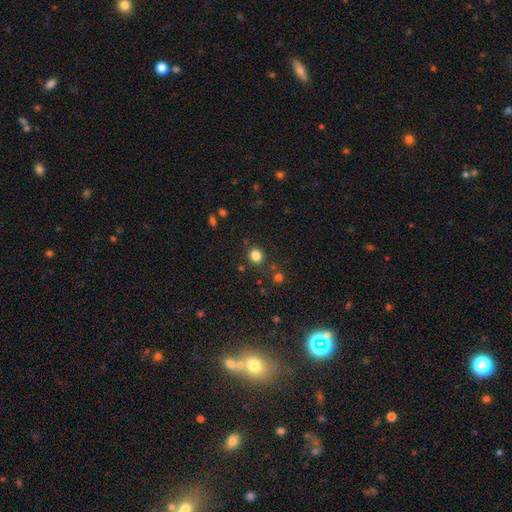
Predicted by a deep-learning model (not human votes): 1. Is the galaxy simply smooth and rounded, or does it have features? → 83% smooth, 13% star or artifact, 4% featured or disk.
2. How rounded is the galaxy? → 78% round, 21% in between, 1% cigar-shaped.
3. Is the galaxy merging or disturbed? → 84% none, 9% minor disturbance, 4% merger, 3% major disturbance.